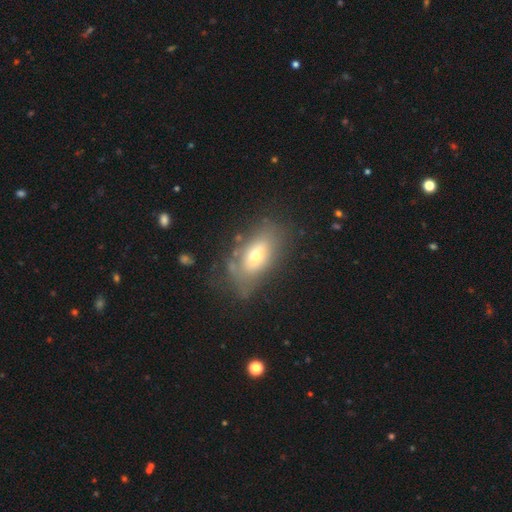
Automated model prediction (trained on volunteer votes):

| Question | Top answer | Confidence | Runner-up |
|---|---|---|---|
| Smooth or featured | smooth | 56% | featured or disk (34%) |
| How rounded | in between | 86% | round (7%) |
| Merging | none | 60% | minor disturbance (23%) |